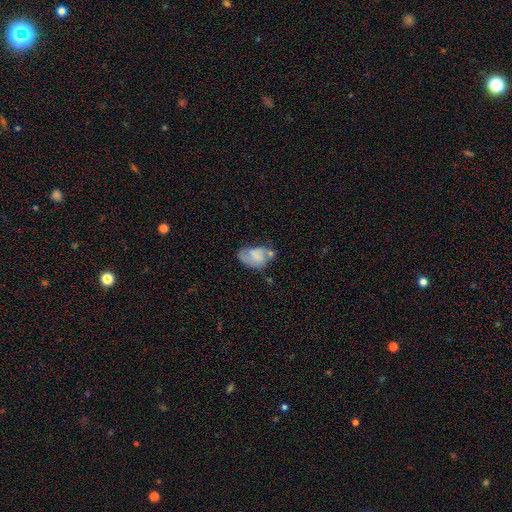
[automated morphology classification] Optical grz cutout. It shows a smooth galaxy with no disk features (58%) that is in between round and cigar-shaped (87%). Merging: none (35%).